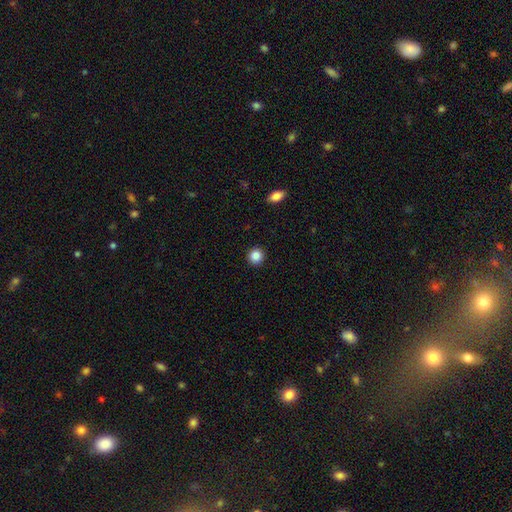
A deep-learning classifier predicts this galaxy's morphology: Smooth or featured? smooth (87%)
How rounded? round (91%)
Merging? none (91%)